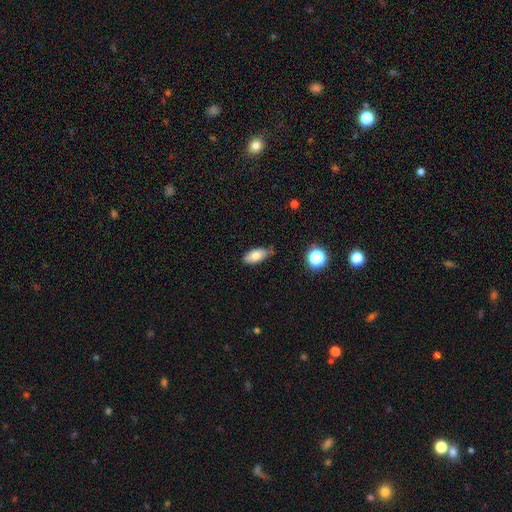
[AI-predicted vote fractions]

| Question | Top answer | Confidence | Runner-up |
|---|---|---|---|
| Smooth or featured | smooth | 75% | featured or disk (16%) |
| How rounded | in between | 90% | cigar-shaped (6%) |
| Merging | none | 72% | minor disturbance (21%) |